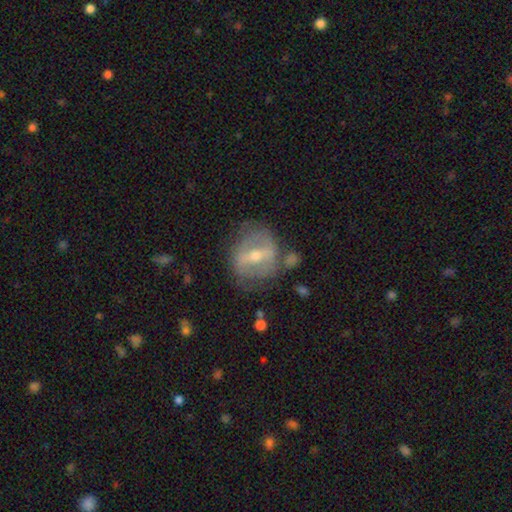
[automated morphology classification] A featured or disk galaxy (70%) with a strong bar (61%), no spiral arms (57%) and a moderate central bulge (54%). Merging: none (64%).